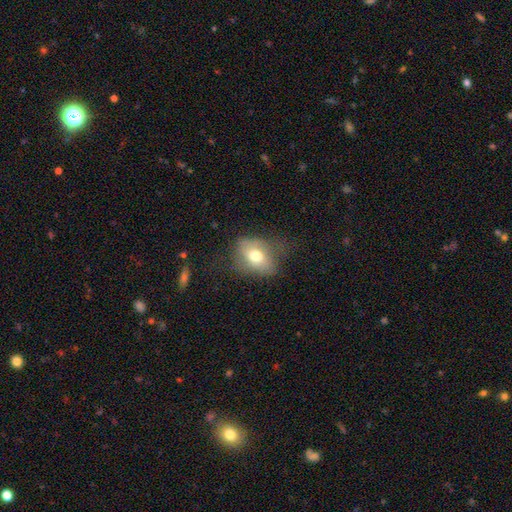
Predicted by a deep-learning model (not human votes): Morphology: type=smooth (66%); roundness=in between (73%); merging=none (53%).